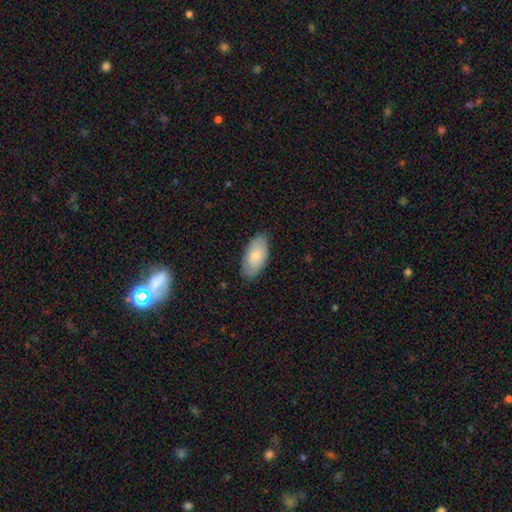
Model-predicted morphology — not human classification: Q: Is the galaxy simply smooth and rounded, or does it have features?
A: smooth — 78%.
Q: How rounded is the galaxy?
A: in between — 95%.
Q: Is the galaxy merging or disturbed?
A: none — 82%.